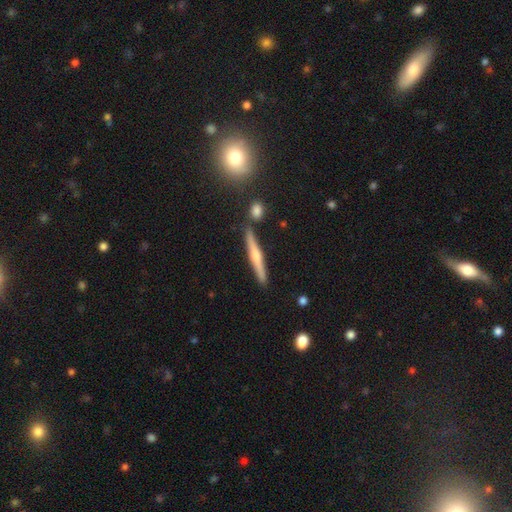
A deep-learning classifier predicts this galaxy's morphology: Overall: featured or disk (59%; smooth 34%). Edge-on disk: yes (97%). Edge-on bulge: rounded (75%). Merging: none (85%).